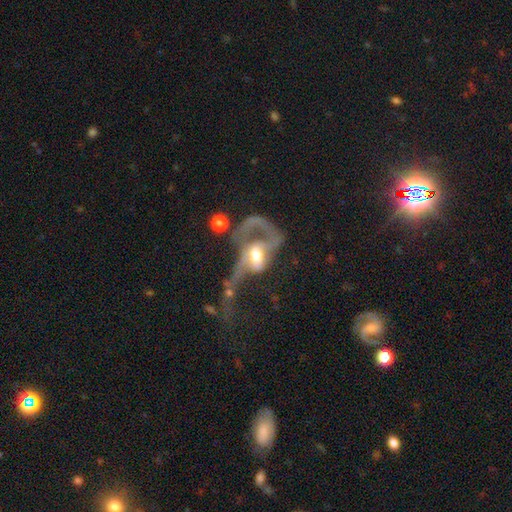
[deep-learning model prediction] Smooth or featured: featured or disk — 66% (smooth — 26%)
Edge-on disk: no — 91% (yes — 9%)
Bar: no — 60% (weak — 28%)
Spiral arms: yes — 51% (no — 49%)
Bulge size: moderate — 63% (large — 21%)
Merging: major disturbance — 61% (merger — 21%)